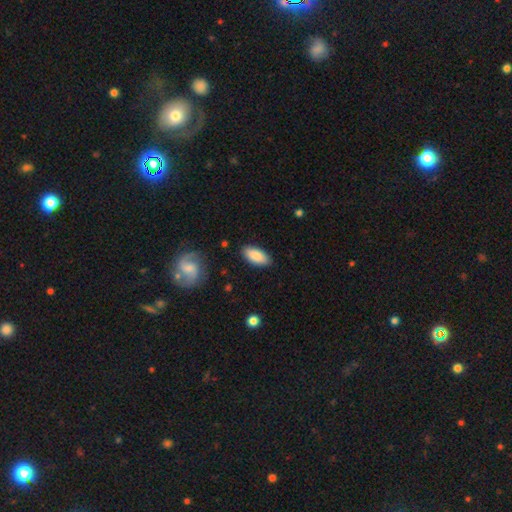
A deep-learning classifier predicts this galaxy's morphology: Smooth or featured?
  - smooth: 86% *
  - featured or disk: 8%
  - star or artifact: 6%
How rounded?
  - in between: 89% *
  - cigar-shaped: 9%
  - round: 2%
Merging?
  - none: 86% *
  - minor disturbance: 10%
  - major disturbance: 2%
  - merger: 1%